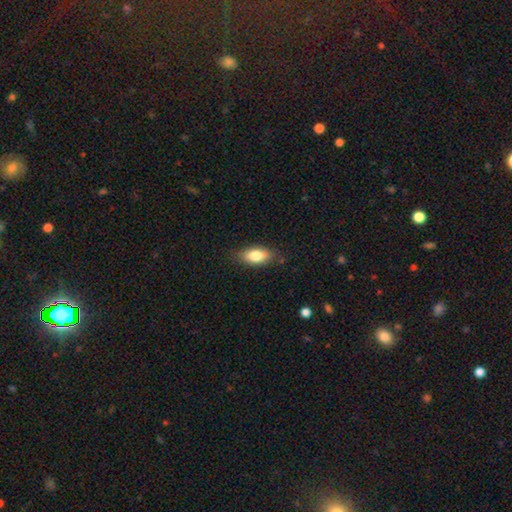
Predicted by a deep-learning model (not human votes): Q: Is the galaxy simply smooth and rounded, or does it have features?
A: smooth — 80%.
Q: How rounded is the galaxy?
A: in between — 87%.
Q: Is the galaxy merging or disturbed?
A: none — 81%.